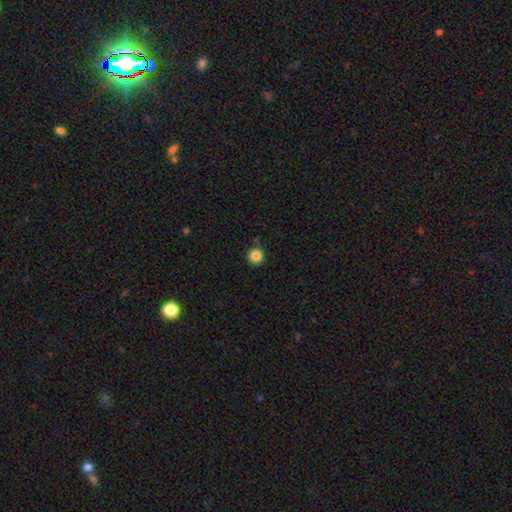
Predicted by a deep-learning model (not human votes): A smooth galaxy with no disk features (85%) that is round (95%).

Vote fractions:
- Smooth or featured? smooth: 85% / star or artifact: 11% / featured or disk: 4%
- How rounded? round: 95% / in between: 4% / cigar-shaped: 1%
- Merging? none: 90% / minor disturbance: 6% / merger: 2% / major disturbance: 2%